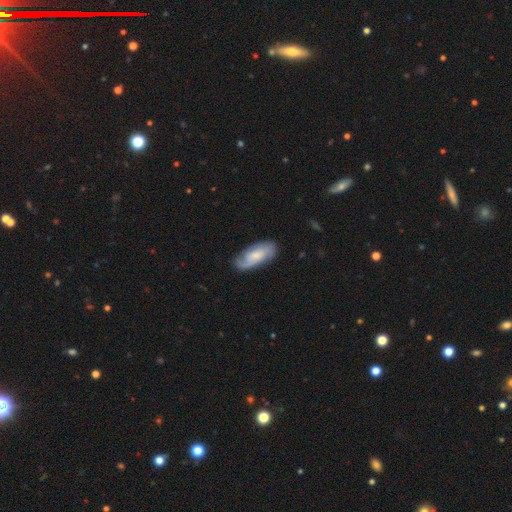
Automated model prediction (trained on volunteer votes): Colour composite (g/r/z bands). It shows a featured or disk galaxy (61%) with no bar (59%), 2 (59%) medium (42%) spiral arms (91%) and a small central bulge (45%). Merging: none (76%).